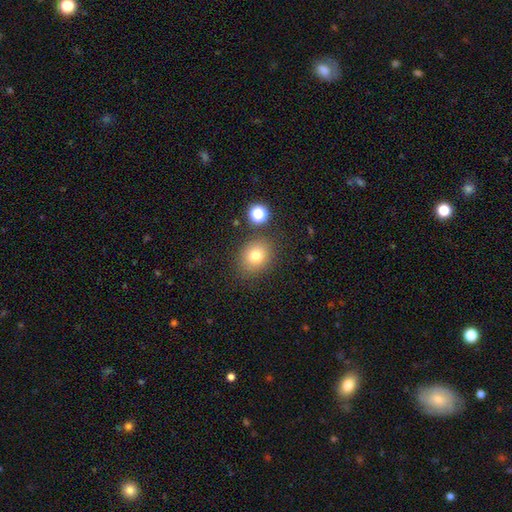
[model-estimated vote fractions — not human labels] A smooth galaxy with no disk features (77%) that is round (68%).

Vote fractions:
- Smooth or featured? smooth: 77% / star or artifact: 14% / featured or disk: 9%
- How rounded? round: 68% / in between: 31% / cigar-shaped: 1%
- Merging? none: 81% / minor disturbance: 11% / merger: 5% / major disturbance: 4%